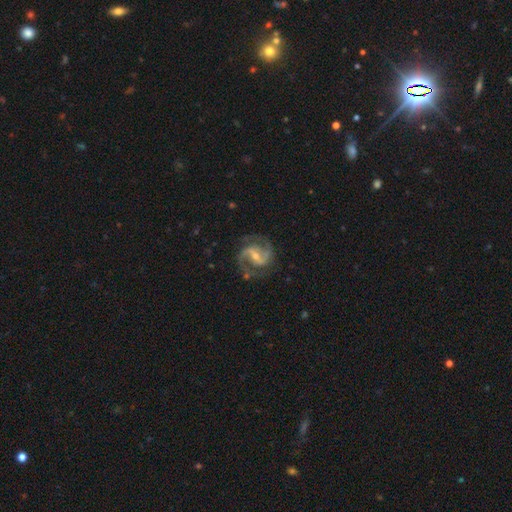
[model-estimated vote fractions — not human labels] featured or disk 91%, star or artifact 5%, smooth 4%. Down the decision tree: edge-on disk — no (98%); bar — weak (44%); spiral arms — yes (98%); spiral arm count — 2 (91%); spiral winding — medium (63%); bulge size — small (52%); merging — none (76%).